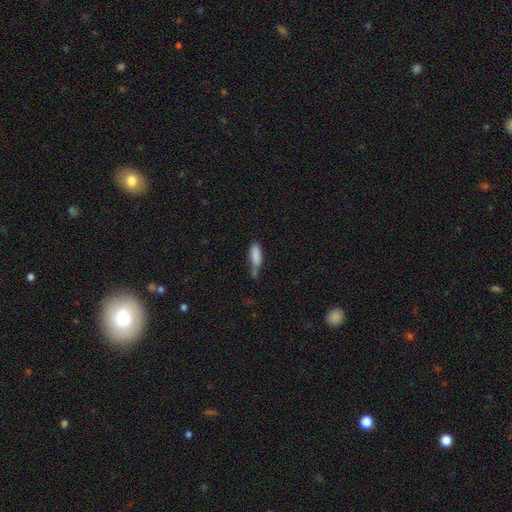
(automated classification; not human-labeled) Smooth or featured: smooth — 82% (featured or disk — 10%)
How rounded: in between — 56% (cigar-shaped — 41%)
Merging: minor disturbance — 34% (none — 31%)